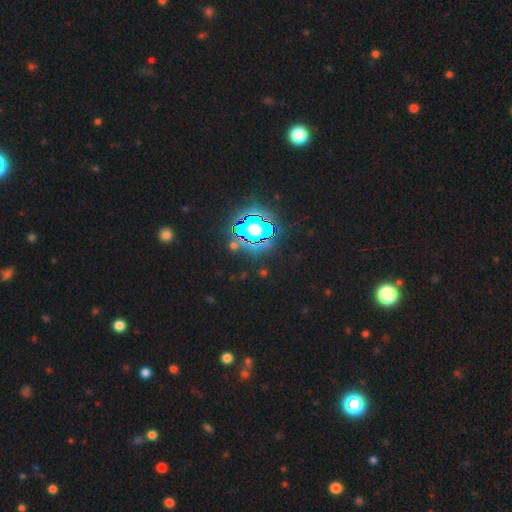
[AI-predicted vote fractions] Morphology: type=star or artifact (79%).